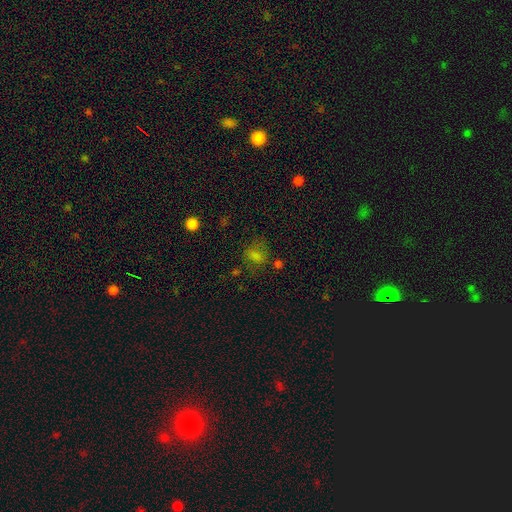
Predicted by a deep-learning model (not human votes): A smooth galaxy with no disk features (60%) that is in between round and cigar-shaped (49%, tied with round).

Vote fractions:
- Smooth or featured? smooth: 60% / star or artifact: 26% / featured or disk: 14%
- How rounded? in between: 49% (tied) / round: 49% (tied) / cigar-shaped: 2%
- Merging? none: 62% / minor disturbance: 19% / major disturbance: 14% / merger: 5%